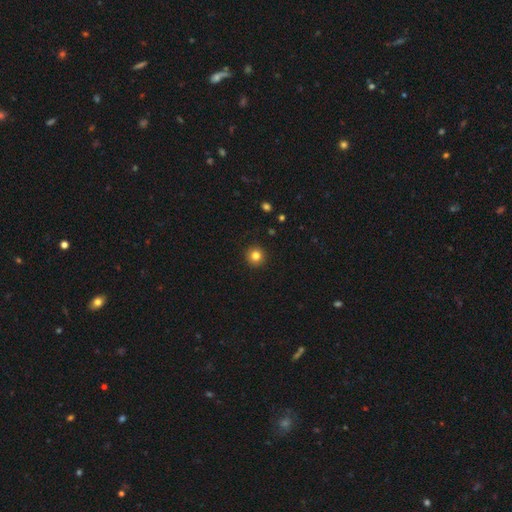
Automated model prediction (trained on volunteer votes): Smooth or featured: smooth — 82% (star or artifact — 12%)
How rounded: round — 95% (in between — 4%)
Merging: none — 93% (minor disturbance — 5%)